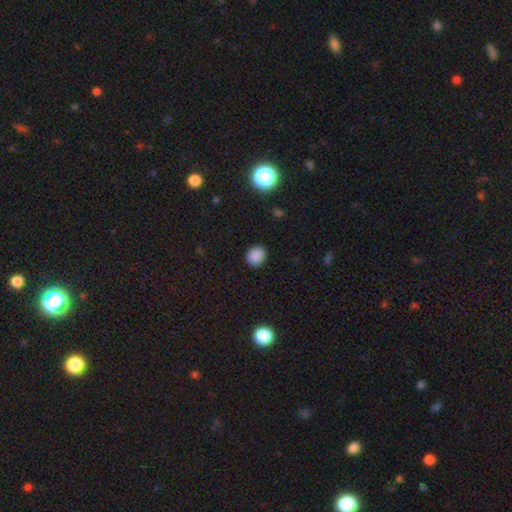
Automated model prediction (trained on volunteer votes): Morphology: type=smooth (86%); roundness=round (80%); merging=none (90%).